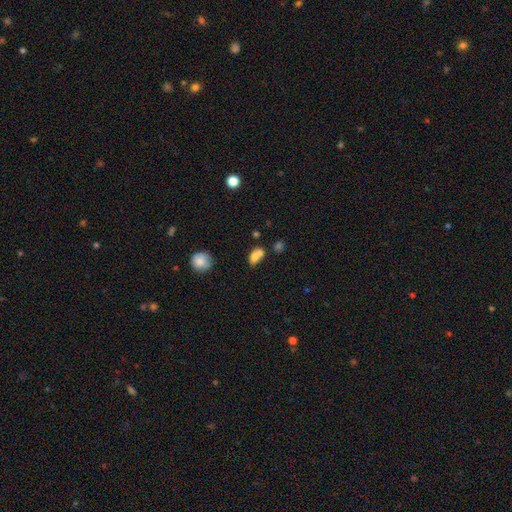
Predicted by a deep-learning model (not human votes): Smooth or featured? smooth (72%)
How rounded? in between (60%)
Merging? merger (57%)